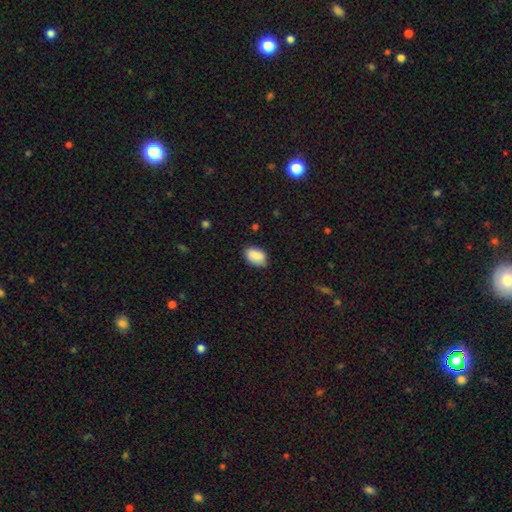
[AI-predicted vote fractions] A smooth galaxy with no disk features (87%) that is in between round and cigar-shaped (87%).

Vote fractions:
- Smooth or featured? smooth: 87% / star or artifact: 7% / featured or disk: 6%
- How rounded? in between: 87% / round: 12% / cigar-shaped: 1%
- Merging? none: 77% / minor disturbance: 19% / major disturbance: 3% / merger: 1%